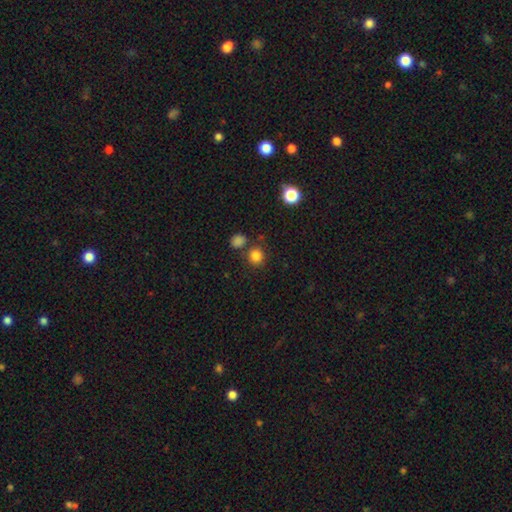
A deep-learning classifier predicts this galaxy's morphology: Q: Smooth or featured?
A: smooth (82%); runner-up: star or artifact (13%)
Q: How rounded?
A: round (87%); runner-up: in between (12%)
Q: Merging?
A: none (76%); runner-up: merger (12%)